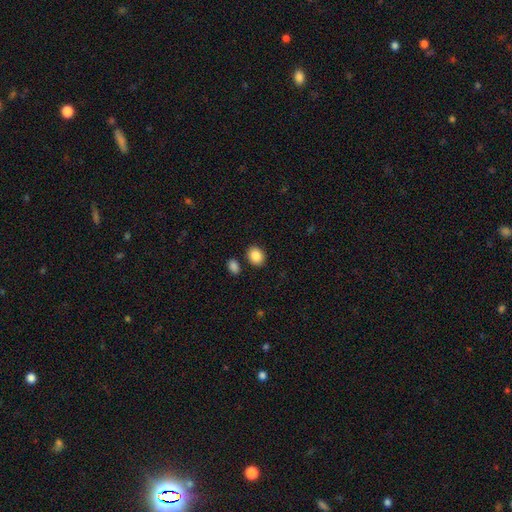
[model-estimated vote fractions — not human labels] This appears to be a smooth galaxy with no disk features (87%) that is in between round and cigar-shaped (54%). Merging: none (85%).